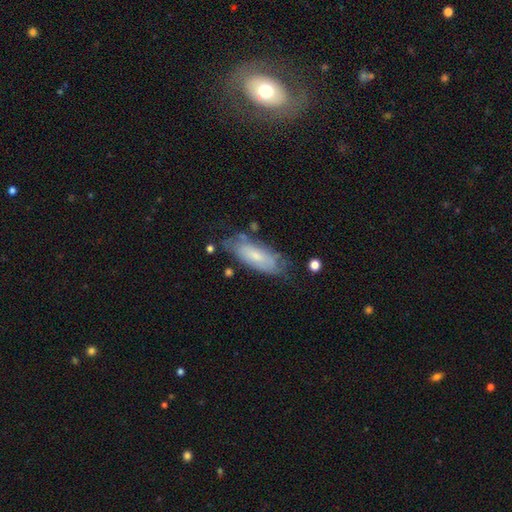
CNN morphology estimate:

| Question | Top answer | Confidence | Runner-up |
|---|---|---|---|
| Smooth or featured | smooth | 48% | featured or disk (45%) |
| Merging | none | 61% | minor disturbance (26%) |